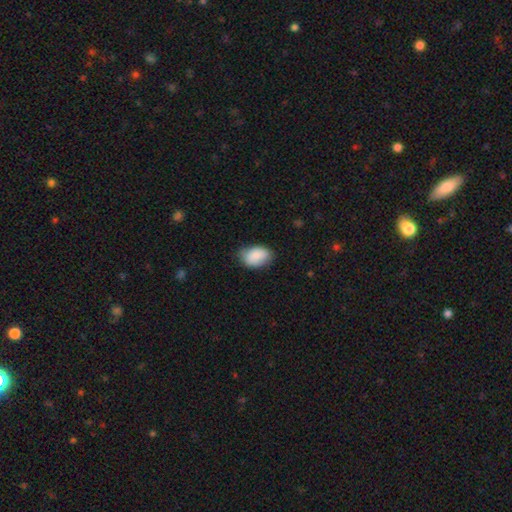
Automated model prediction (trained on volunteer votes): Overall: smooth (88%). How rounded: in between (88%). Merging: none (71%).